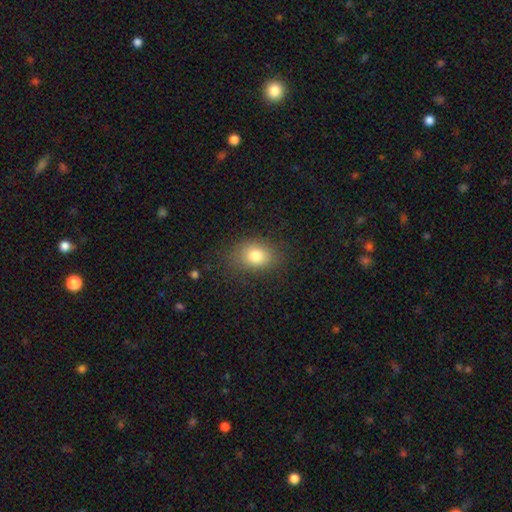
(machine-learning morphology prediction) The model was most divided on "how rounded": in between: 63%, round: 36%, cigar-shaped: 1%. More confident: smooth or featured — smooth (80%); merging — none (79%).